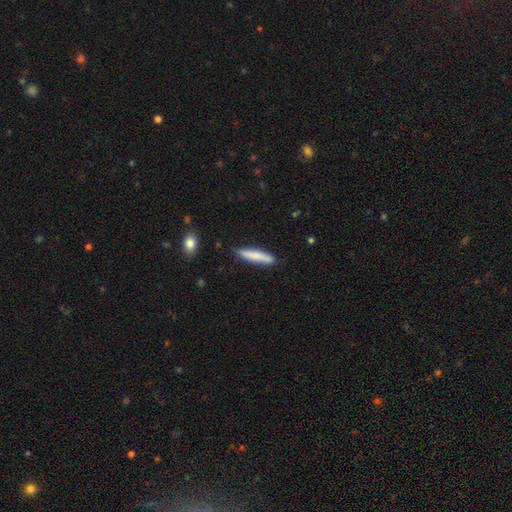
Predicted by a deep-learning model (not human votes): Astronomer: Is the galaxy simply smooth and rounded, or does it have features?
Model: smooth — 75%.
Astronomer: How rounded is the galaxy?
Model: cigar-shaped — 90%.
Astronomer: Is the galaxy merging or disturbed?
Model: none — 82%.